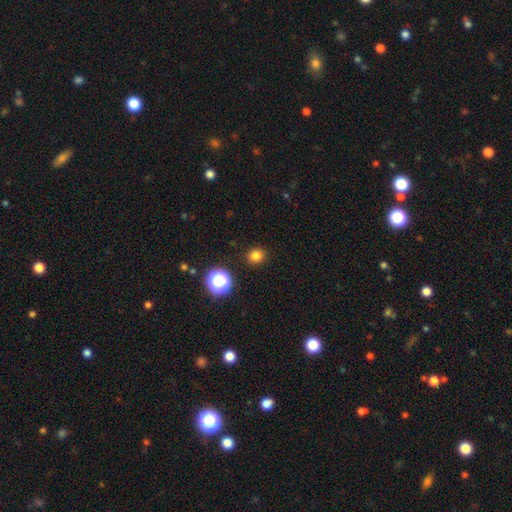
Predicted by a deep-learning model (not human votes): This appears to be a smooth galaxy with no disk features (80%) that is round (85%). Merging: none (91%).